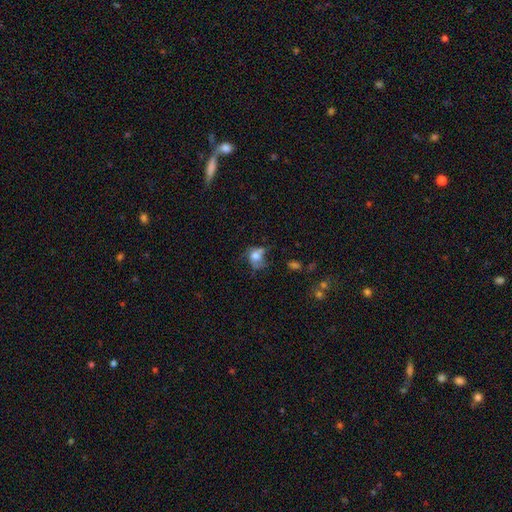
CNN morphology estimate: Overall: smooth (63%; featured or disk 25%). How rounded: round (51%; in between 48%). Merging: none (33%; major disturbance 29%).